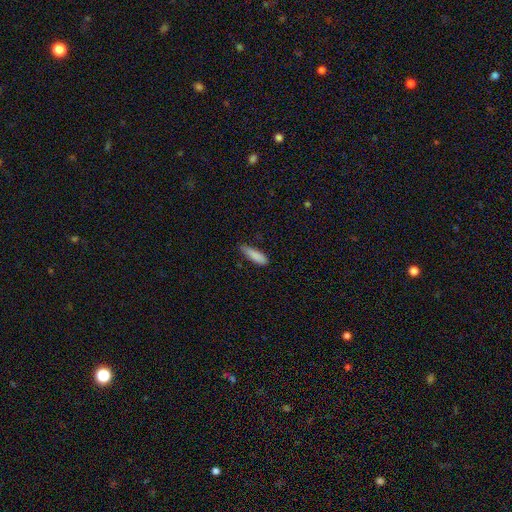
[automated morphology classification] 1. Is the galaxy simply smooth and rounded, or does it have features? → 87% smooth, 7% featured or disk, 7% star or artifact.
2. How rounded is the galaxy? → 61% cigar-shaped, 38% in between, 2% round.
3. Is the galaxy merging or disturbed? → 69% none, 26% minor disturbance, 4% major disturbance, 1% merger.